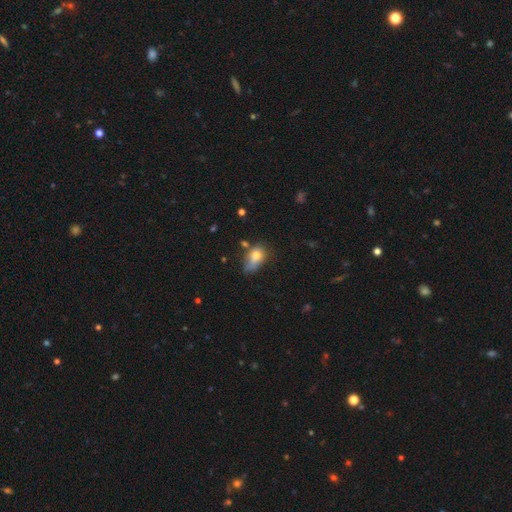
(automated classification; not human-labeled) Smooth or featured? smooth (74%)
How rounded? in between (83%)
Merging? minor disturbance (37%)